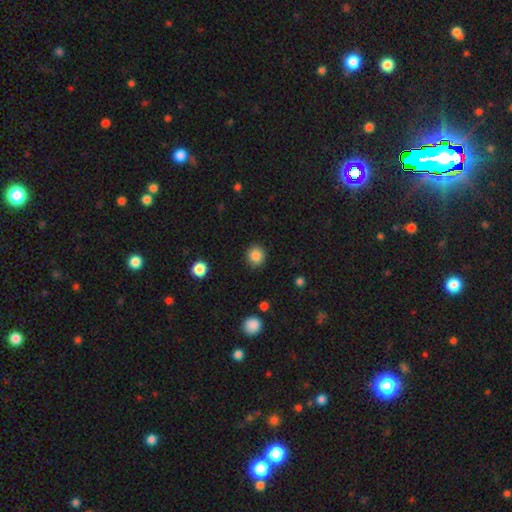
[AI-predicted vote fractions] Smooth or featured: smooth — 86% (star or artifact — 9%)
How rounded: round — 86% (in between — 13%)
Merging: none — 89% (minor disturbance — 7%)